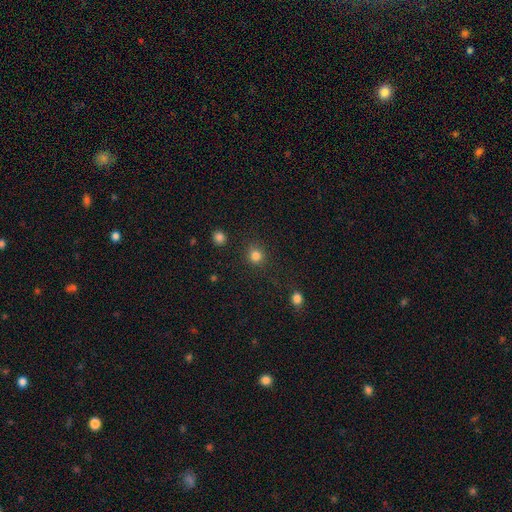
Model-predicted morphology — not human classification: smooth_or_featured: smooth (p=0.82) [alt: star or artifact p=0.14]
how_rounded: round (p=0.91) [alt: in between p=0.08]
merging: none (p=0.87) [alt: minor disturbance p=0.08]